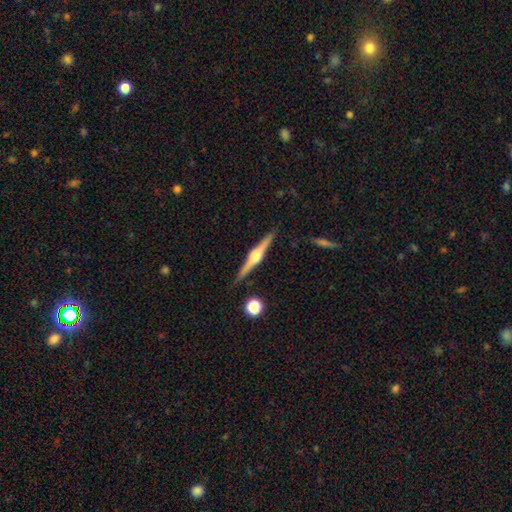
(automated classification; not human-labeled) This is clearly a featured or disk galaxy (83%). It is clearly viewed edge-on (98%). Edge-on bulge: clearly rounded (90%). Merging: clearly none (90%).